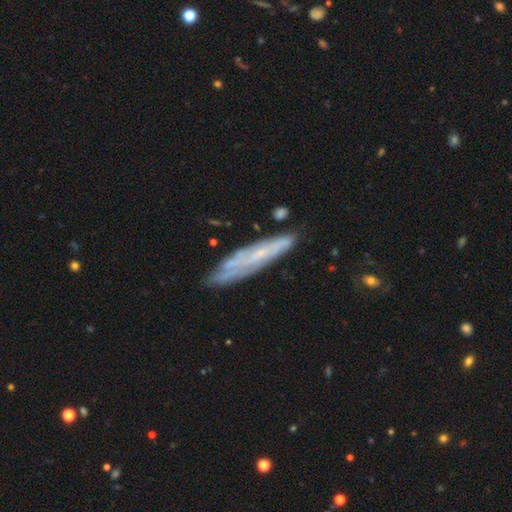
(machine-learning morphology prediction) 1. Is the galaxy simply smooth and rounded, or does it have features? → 57% featured or disk, 34% smooth, 9% star or artifact.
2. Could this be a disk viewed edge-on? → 55% yes, 45% no.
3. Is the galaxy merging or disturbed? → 75% none, 17% minor disturbance, 4% major disturbance, 4% merger.